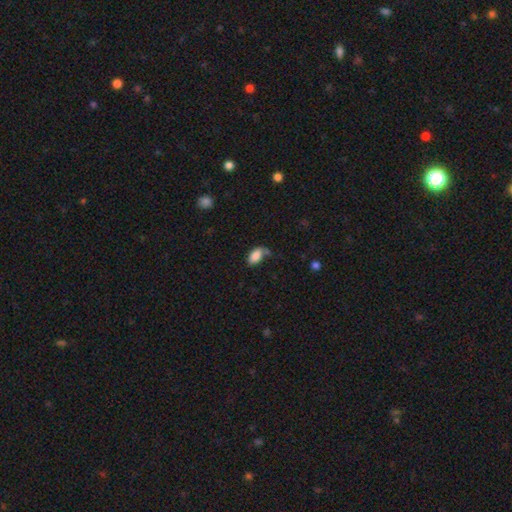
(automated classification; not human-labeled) smooth_or_featured: smooth (p=0.85) [alt: star or artifact p=0.08]
how_rounded: in between (p=0.93) [alt: round p=0.04]
merging: none (p=0.50) [alt: minor disturbance p=0.27]